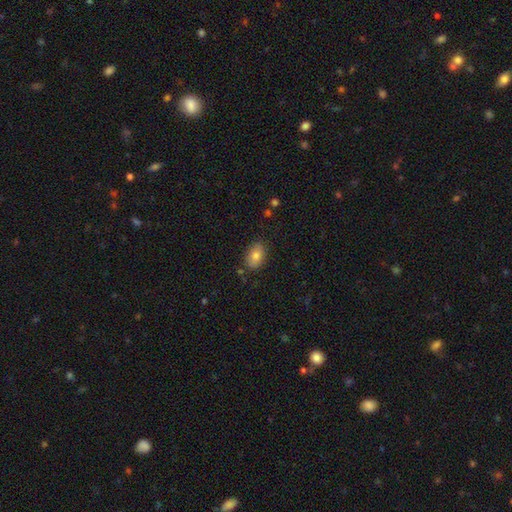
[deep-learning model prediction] This is likely a smooth galaxy (79%). How rounded: clearly in between (86%). Merging: clearly none (82%).